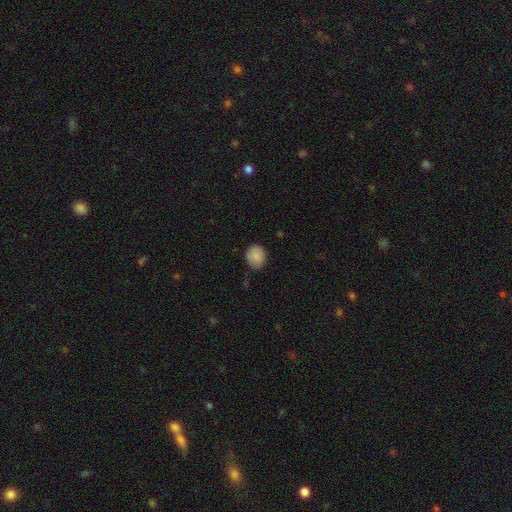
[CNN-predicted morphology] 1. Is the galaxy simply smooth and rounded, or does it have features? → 87% smooth, 8% star or artifact, 5% featured or disk.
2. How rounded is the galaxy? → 79% round, 20% in between, 1% cigar-shaped.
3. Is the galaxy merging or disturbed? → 82% none, 14% minor disturbance, 3% major disturbance, 1% merger.